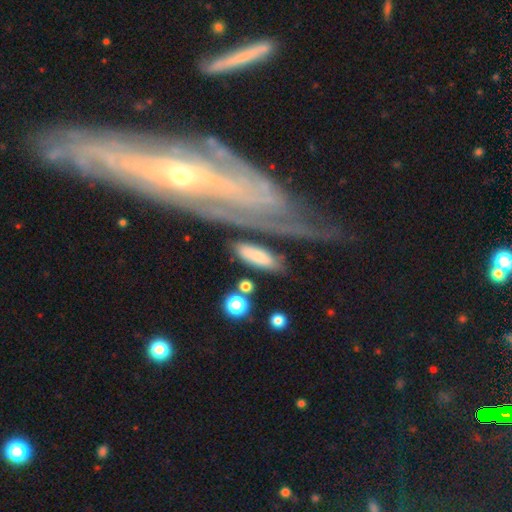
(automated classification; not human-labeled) This appears to be a smooth galaxy with no disk features (65%) that is in between round and cigar-shaped (65%). Merging: none (70%).